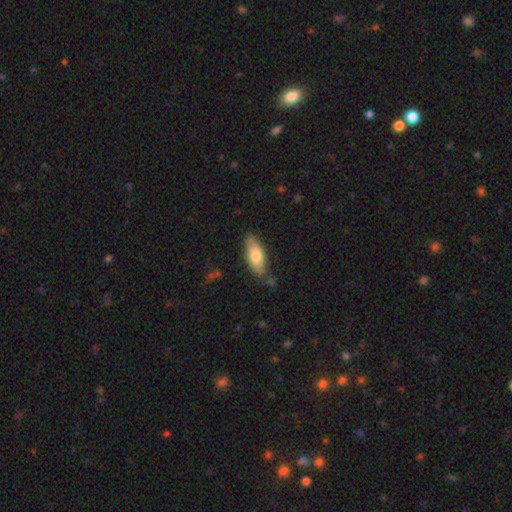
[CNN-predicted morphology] A smooth galaxy with no disk features (75%) that is in between round and cigar-shaped (74%). Merging: none (75%).